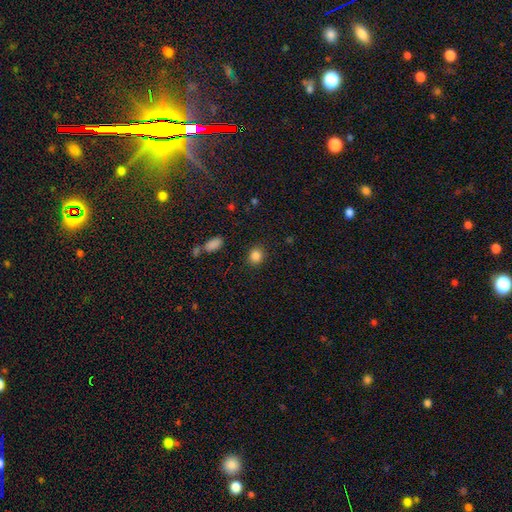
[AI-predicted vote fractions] Overall: smooth (86%). How rounded: round (74%). Merging: none (88%).